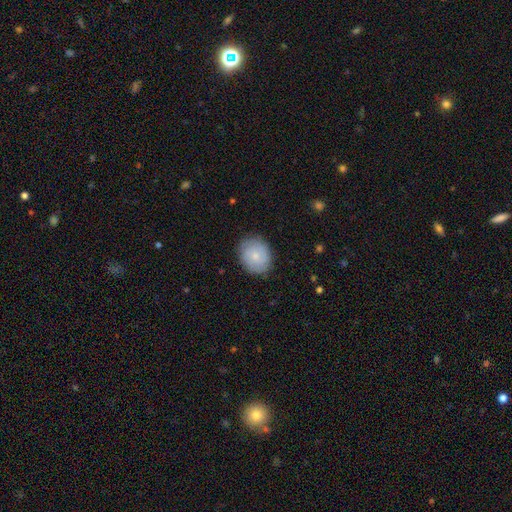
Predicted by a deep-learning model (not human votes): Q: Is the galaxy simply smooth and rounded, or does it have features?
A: smooth — 67%.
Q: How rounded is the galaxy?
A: round — 54%.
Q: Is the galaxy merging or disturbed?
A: none — 84%.